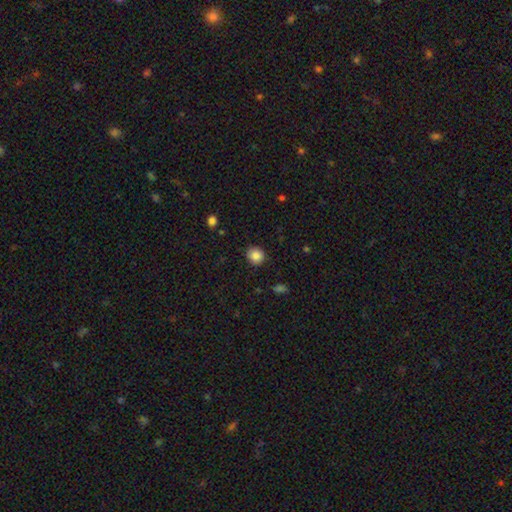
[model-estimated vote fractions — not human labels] A smooth galaxy with no disk features (86%) that is round (85%). Merging: none (89%).